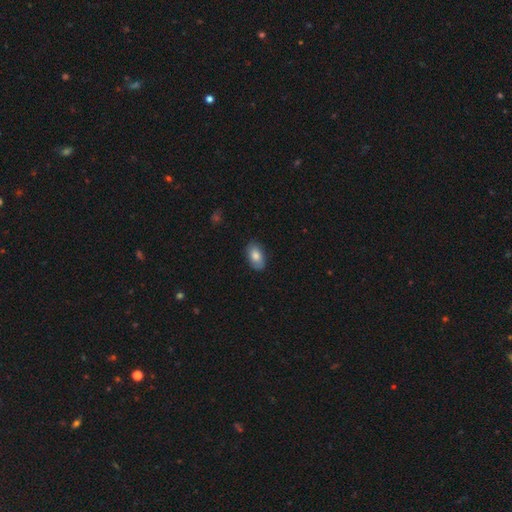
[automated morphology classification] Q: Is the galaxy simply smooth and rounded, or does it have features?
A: smooth — 81%.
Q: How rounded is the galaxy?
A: in between — 92%.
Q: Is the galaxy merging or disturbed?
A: none — 82%.